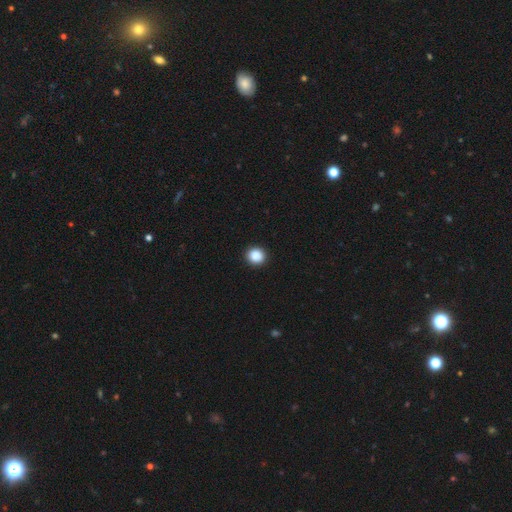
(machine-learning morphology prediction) type=smooth (88%); roundness=round (87%); merging=none (92%).